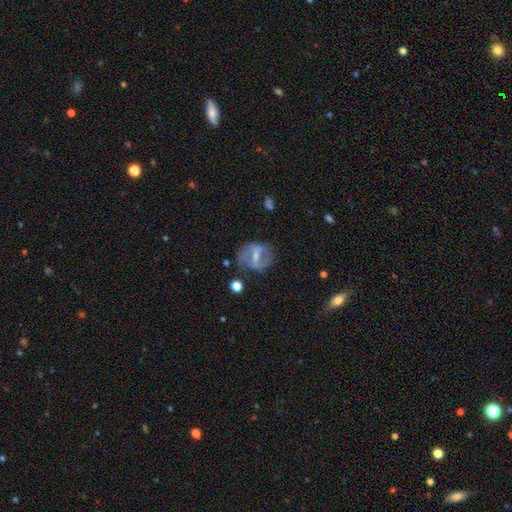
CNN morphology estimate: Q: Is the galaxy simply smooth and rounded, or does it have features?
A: featured or disk — 70%.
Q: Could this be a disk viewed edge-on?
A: no — 93%.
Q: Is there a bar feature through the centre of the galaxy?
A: strong — 55%.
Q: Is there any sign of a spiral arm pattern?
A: yes — 64%.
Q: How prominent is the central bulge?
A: small — 48%.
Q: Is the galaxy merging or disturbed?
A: none — 65%.